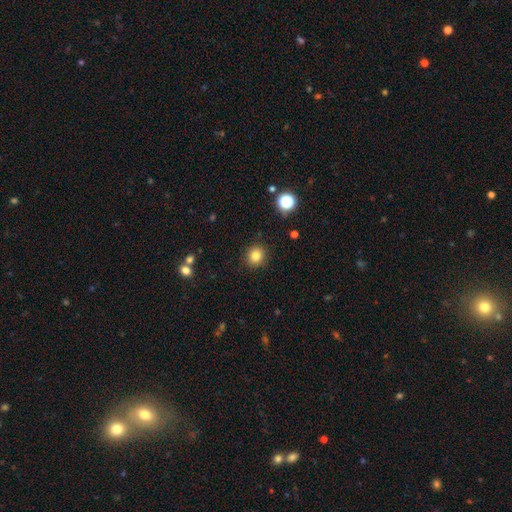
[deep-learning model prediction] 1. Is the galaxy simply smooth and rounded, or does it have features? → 83% smooth, 12% star or artifact, 5% featured or disk.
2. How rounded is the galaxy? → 86% round, 13% in between, 1% cigar-shaped.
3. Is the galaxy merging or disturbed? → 90% none, 7% minor disturbance, 2% major disturbance, 1% merger.